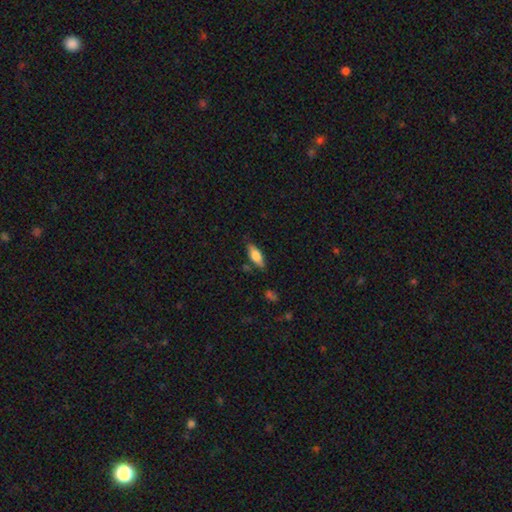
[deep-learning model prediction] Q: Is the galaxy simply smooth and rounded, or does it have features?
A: smooth — 71%.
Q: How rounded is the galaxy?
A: in between — 72%.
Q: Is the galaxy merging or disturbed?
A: none — 78%.